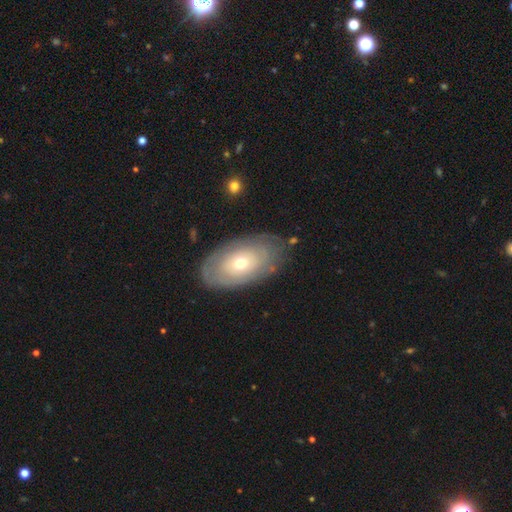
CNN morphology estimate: smooth-or-featured: featured or disk: 54% | smooth: 29% | star or artifact: 17%
  disk-edge-on: no: 89% | yes: 11%
  merging: none: 84% | minor disturbance: 11% | major disturbance: 4% | merger: 2%